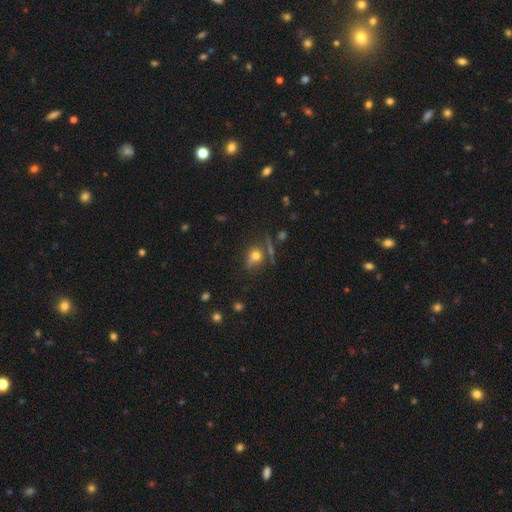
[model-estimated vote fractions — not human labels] A smooth galaxy with no disk features (57%) that is round (62%). Merging: none (60%).